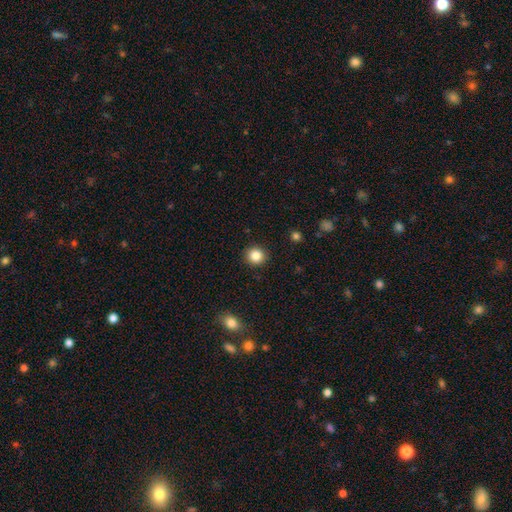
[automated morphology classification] smooth 86%, star or artifact 10%, featured or disk 4%. Down the decision tree: how rounded — round (92%); merging — none (92%).